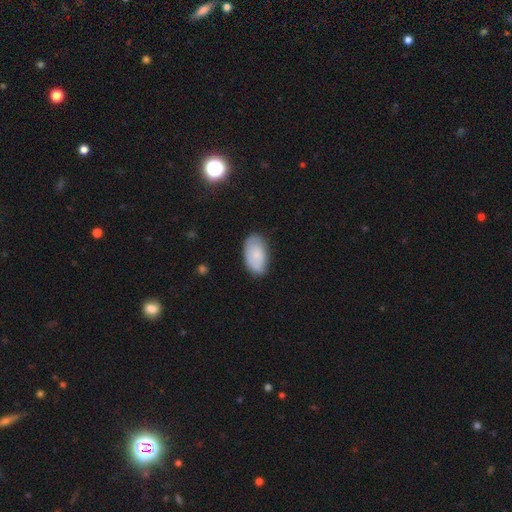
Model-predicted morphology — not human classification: Smooth or featured?
  - smooth: 69% *
  - featured or disk: 25%
  - star or artifact: 7%
How rounded?
  - in between: 94% *
  - round: 4%
  - cigar-shaped: 2%
Merging?
  - none: 73% *
  - minor disturbance: 21%
  - major disturbance: 4%
  - merger: 2%